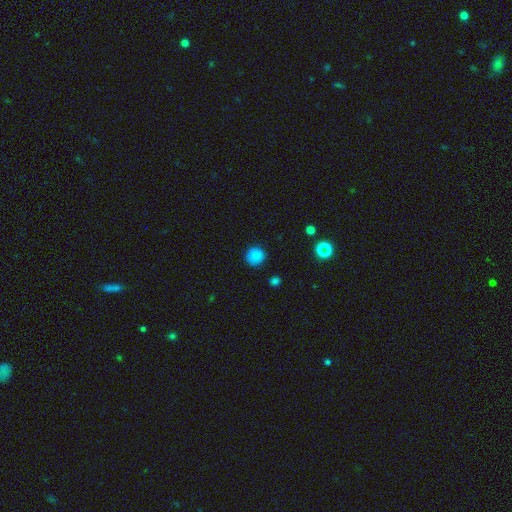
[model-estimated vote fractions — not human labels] Smooth or featured? Predicted: smooth (p=0.86). How rounded? Predicted: round (p=0.91). Merging? Predicted: none (p=0.87).